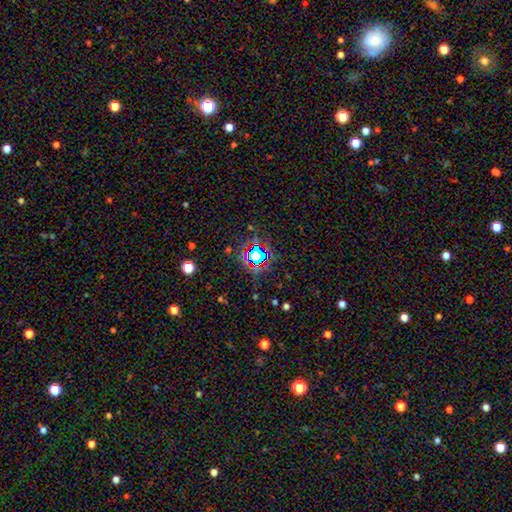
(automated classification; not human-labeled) Overall: star or artifact (66%).